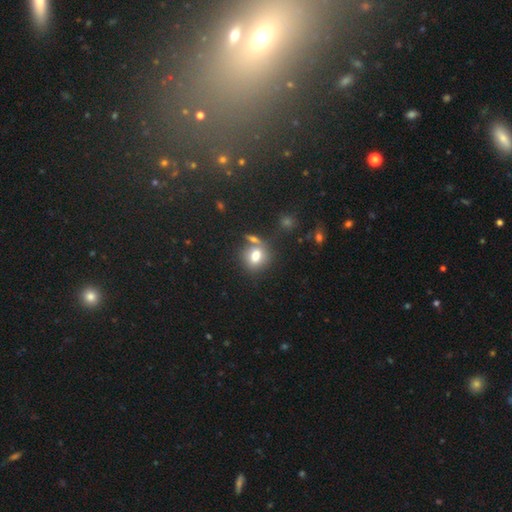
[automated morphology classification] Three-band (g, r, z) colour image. It shows a smooth galaxy with no disk features (76%) that is round (66%). Merging: none (61%).